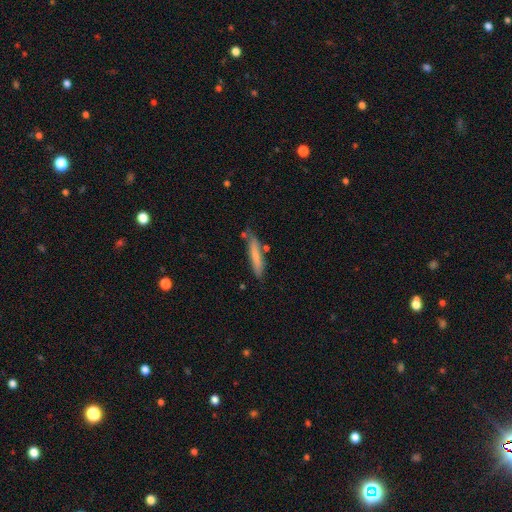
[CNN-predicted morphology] smooth-or-featured: smooth: 70% | featured or disk: 24% | star or artifact: 6%
  how-rounded: cigar-shaped: 90% | in between: 9% | round: 1%
  merging: none: 76% | minor disturbance: 16% | merger: 5% | major disturbance: 3%